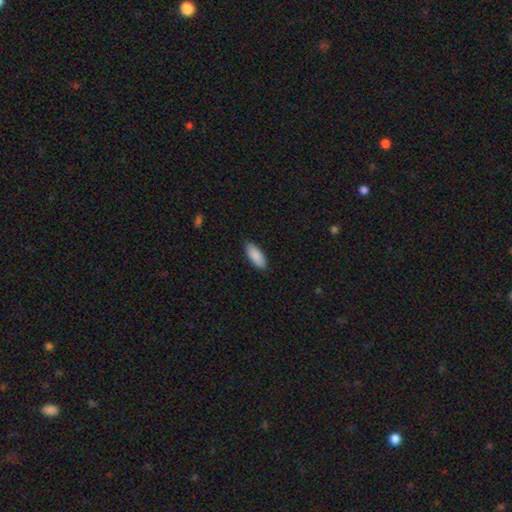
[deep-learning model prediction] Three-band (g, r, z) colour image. It shows a smooth galaxy with no disk features (89%) that is in between round and cigar-shaped (83%). Merging: none (85%).